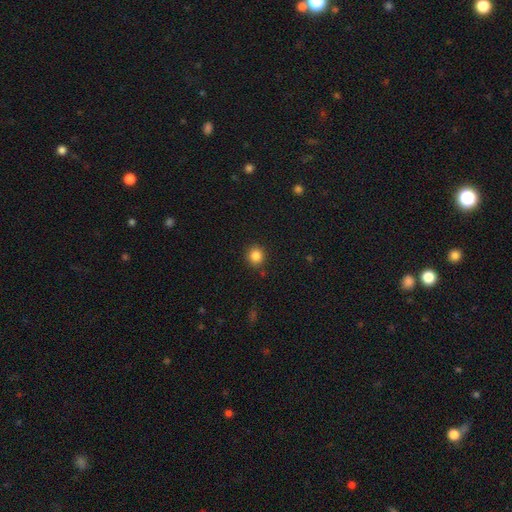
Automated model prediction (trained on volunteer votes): This is clearly a smooth galaxy (85%). How rounded: clearly round (90%). Merging: clearly none (87%).